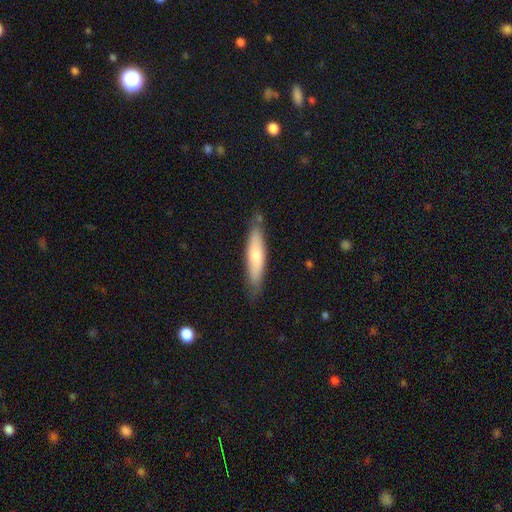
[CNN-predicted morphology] A smooth galaxy with no disk features (66%) that is cigar-shaped (78%).

Vote fractions:
- Smooth or featured? smooth: 66% / featured or disk: 29% / star or artifact: 6%
- How rounded? cigar-shaped: 78% / in between: 21% / round: 1%
- Merging? none: 78% / minor disturbance: 16% / major disturbance: 3% / merger: 3%